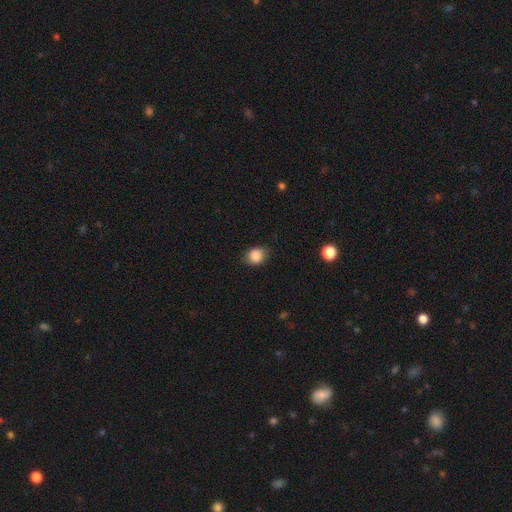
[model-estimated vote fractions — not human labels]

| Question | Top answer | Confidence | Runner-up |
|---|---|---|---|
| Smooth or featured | smooth | 87% | star or artifact (9%) |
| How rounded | round | 62% | in between (37%) |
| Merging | none | 81% | minor disturbance (15%) |